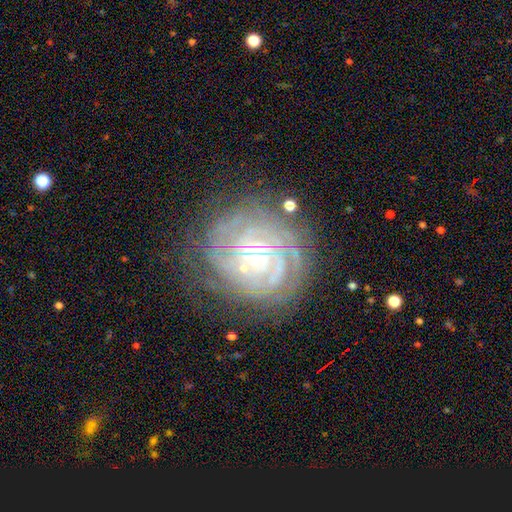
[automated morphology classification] Q: Smooth or featured?
A: featured or disk (85%); runner-up: smooth (8%)
Q: Edge-on disk?
A: no (97%); runner-up: yes (3%)
Q: Bar?
A: no (76%); runner-up: weak (18%)
Q: Spiral arms?
A: yes (95%); runner-up: no (5%)
Q: Spiral winding?
A: tight (83%); runner-up: medium (14%)
Q: Spiral arm count?
A: can't tell (34%); runner-up: 4 (18%)
Q: Bulge size?
A: small (74%); runner-up: moderate (21%)
Q: Merging?
A: none (72%); runner-up: minor disturbance (17%)